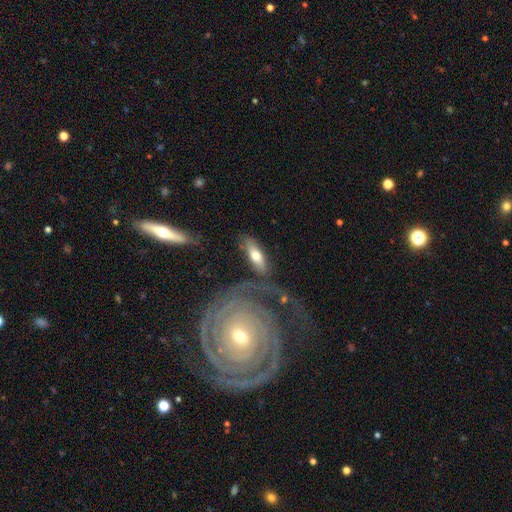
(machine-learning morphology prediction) Smooth or featured? smooth (58%)
How rounded? in between (56%)
Merging? none (71%)